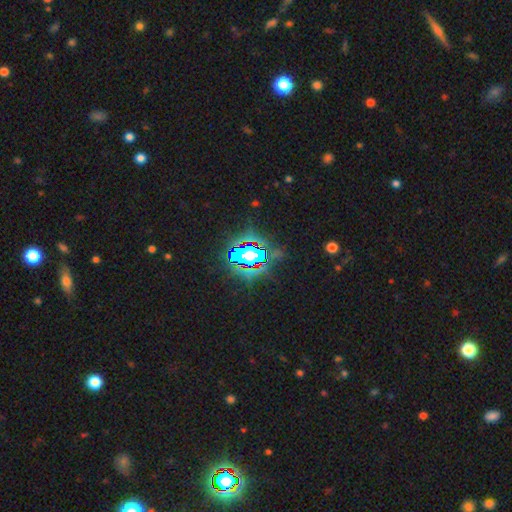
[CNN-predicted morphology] Smooth or featured? star or artifact (81%)